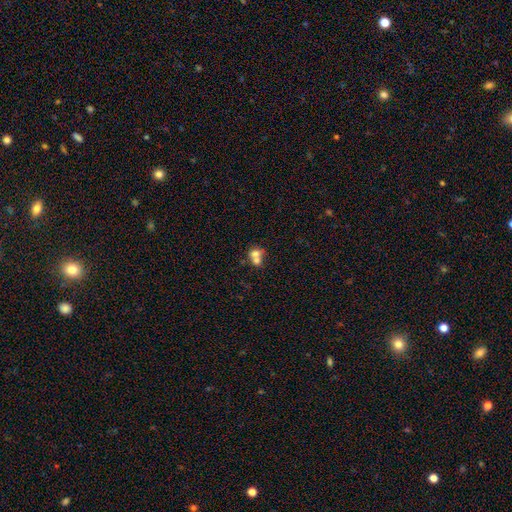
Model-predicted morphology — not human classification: smooth-or-featured: smooth: 68% | featured or disk: 22% | star or artifact: 10%
  how-rounded: round: 63% | in between: 36% | cigar-shaped: 1%
  merging: merger: 69% | none: 22% | minor disturbance: 6% | major disturbance: 3%